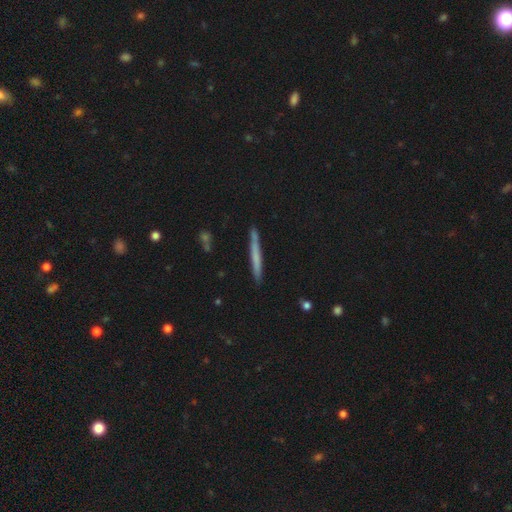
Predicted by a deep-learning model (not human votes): smooth_or_featured: smooth (p=0.57) [alt: featured or disk p=0.36]
how_rounded: cigar-shaped (p=0.97) [alt: in between p=0.02]
merging: none (p=0.86) [alt: minor disturbance p=0.10]